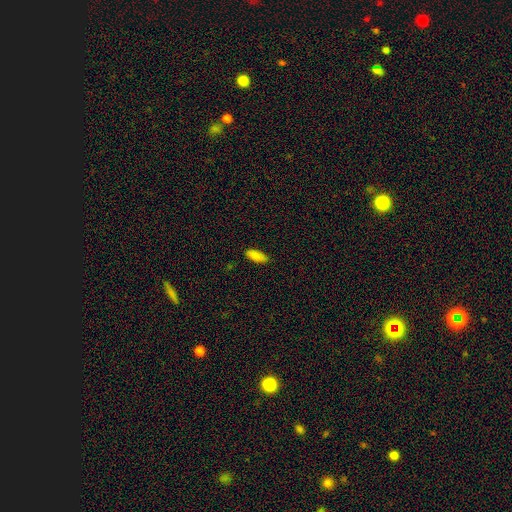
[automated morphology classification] Smooth or featured: smooth — 87% (star or artifact — 8%)
How rounded: in between — 80% (cigar-shaped — 18%)
Merging: none — 87% (minor disturbance — 10%)